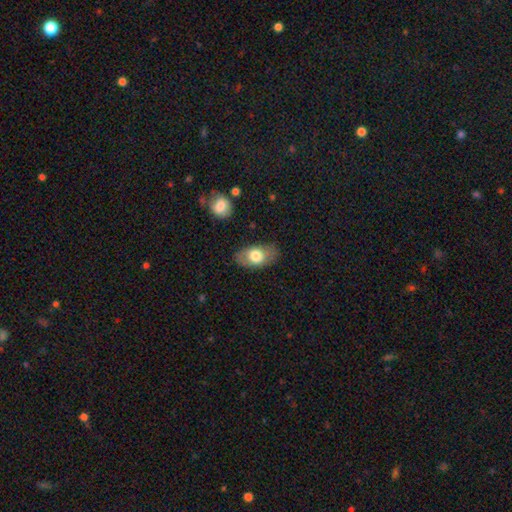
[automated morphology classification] Overall: smooth (70%). How rounded: in between (90%). Merging: none (79%).